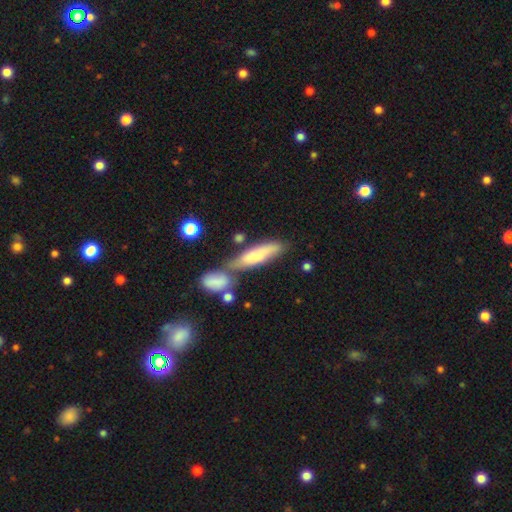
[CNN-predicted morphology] smooth_or_featured: smooth (p=0.69) [alt: featured or disk p=0.24]
how_rounded: cigar-shaped (p=0.66) [alt: in between p=0.32]
merging: none (p=0.39) [alt: merger p=0.36]